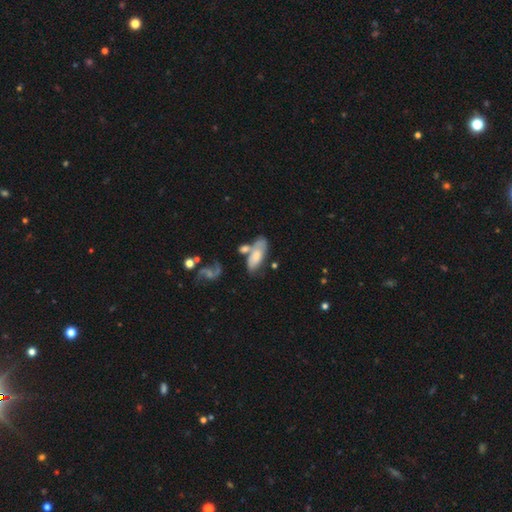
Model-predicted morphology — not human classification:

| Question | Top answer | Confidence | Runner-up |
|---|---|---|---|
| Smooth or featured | smooth | 60% | featured or disk (34%) |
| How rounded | in between | 82% | cigar-shaped (15%) |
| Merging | none | 40% | merger (30%) |